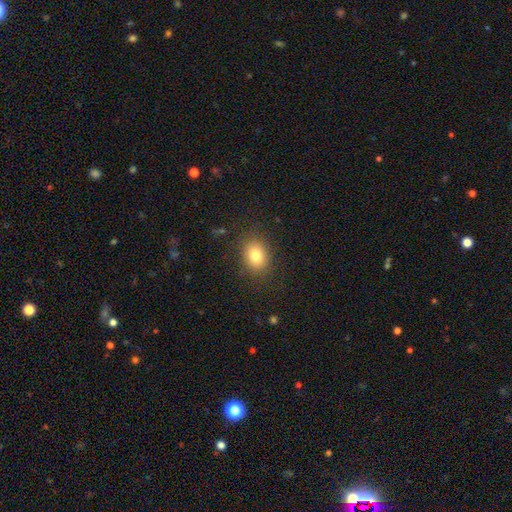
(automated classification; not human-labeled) Q: Smooth or featured?
A: smooth (80%); runner-up: star or artifact (11%)
Q: How rounded?
A: in between (57%); runner-up: round (42%)
Q: Merging?
A: none (84%); runner-up: minor disturbance (11%)